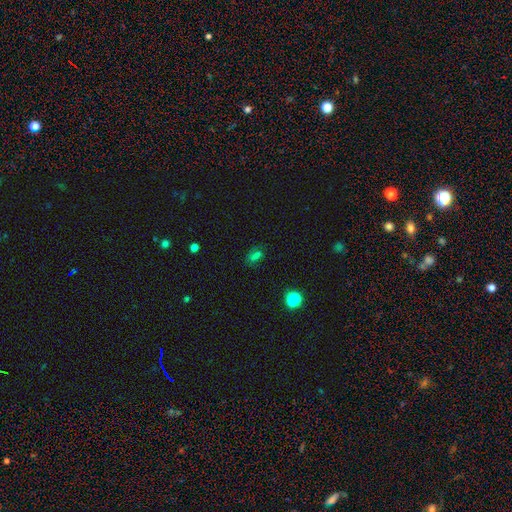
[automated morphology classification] Overall: smooth (61%; star or artifact 29%). How rounded: in between (73%). Merging: none (74%).